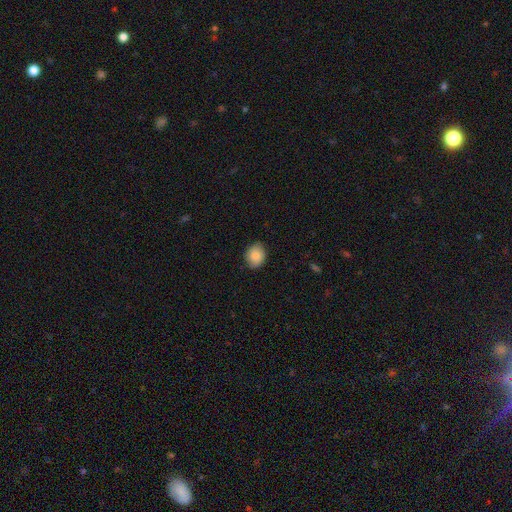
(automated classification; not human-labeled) smooth_or_featured: smooth (p=0.86) [alt: star or artifact p=0.07]
how_rounded: round (p=0.53) [alt: in between p=0.47]
merging: none (p=0.84) [alt: minor disturbance p=0.12]